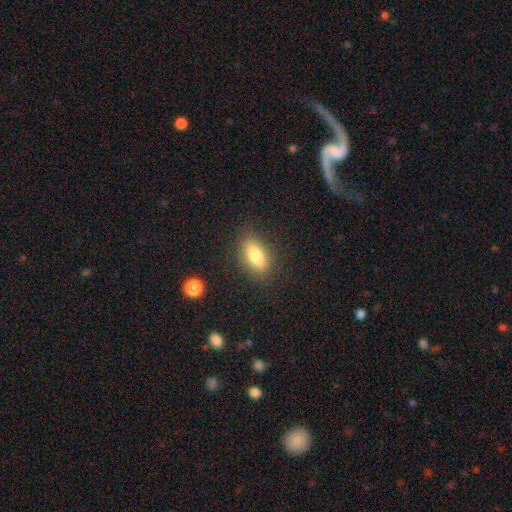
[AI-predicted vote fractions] A smooth galaxy with no disk features (75%) that is in between round and cigar-shaped (79%). Merging: none (84%).